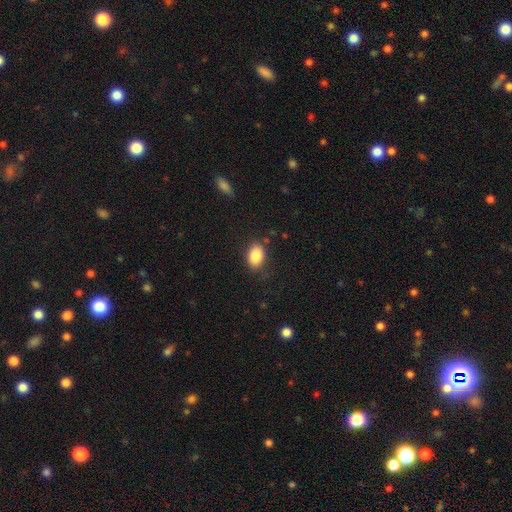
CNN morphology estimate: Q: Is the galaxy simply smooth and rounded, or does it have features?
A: smooth — 86%.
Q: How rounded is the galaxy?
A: in between — 86%.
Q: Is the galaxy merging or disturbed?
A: none — 82%.